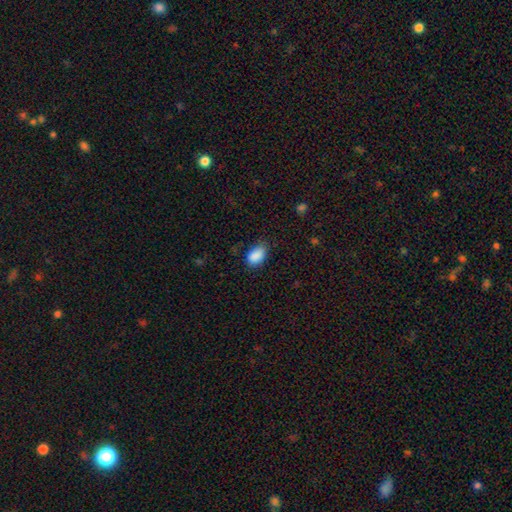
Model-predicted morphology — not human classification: smooth 89%, star or artifact 8%, featured or disk 3%. Down the decision tree: how rounded — in between (91%); merging — none (73%).